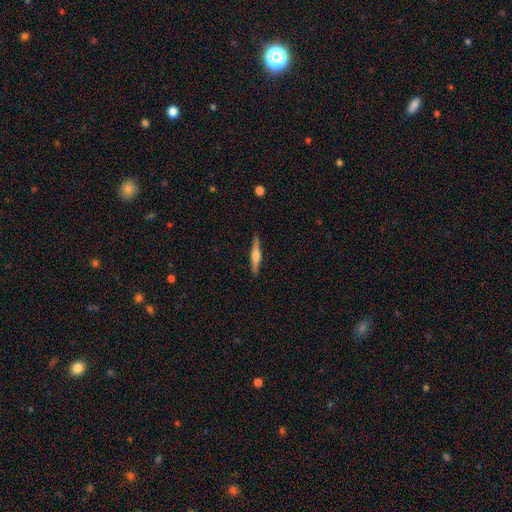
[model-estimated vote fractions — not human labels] Smooth or featured: featured or disk — 62% (smooth — 32%)
Edge-on disk: yes — 97% (no — 3%)
Edge-on bulge: rounded — 77% (boxy — 17%)
Merging: none — 90% (minor disturbance — 8%)